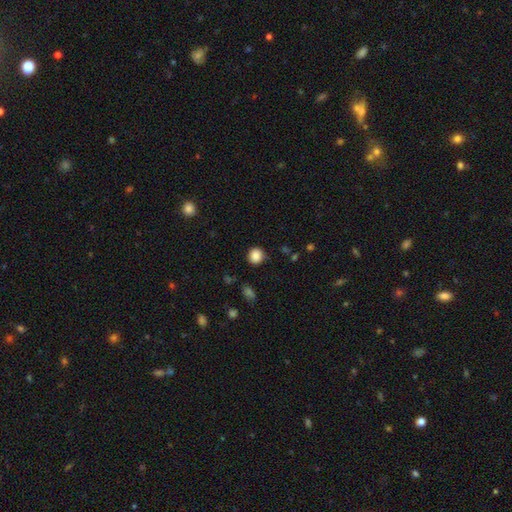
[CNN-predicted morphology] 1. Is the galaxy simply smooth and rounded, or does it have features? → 87% smooth, 10% star or artifact, 3% featured or disk.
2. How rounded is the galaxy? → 87% round, 12% in between, 1% cigar-shaped.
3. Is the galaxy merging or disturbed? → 85% none, 11% minor disturbance, 3% major disturbance, 2% merger.